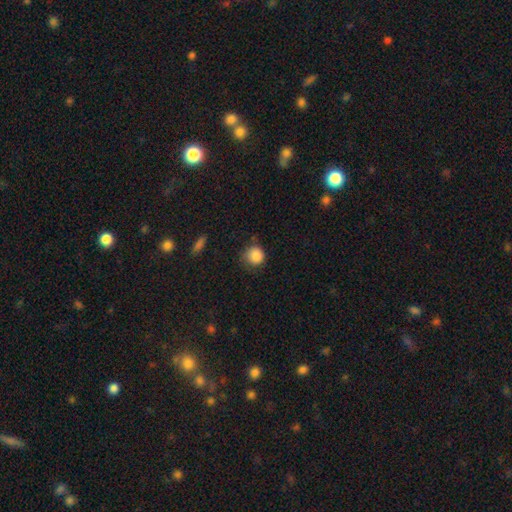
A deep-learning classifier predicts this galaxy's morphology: Smooth or featured: smooth — 87% (star or artifact — 9%)
How rounded: round — 88% (in between — 11%)
Merging: none — 65% (minor disturbance — 26%)